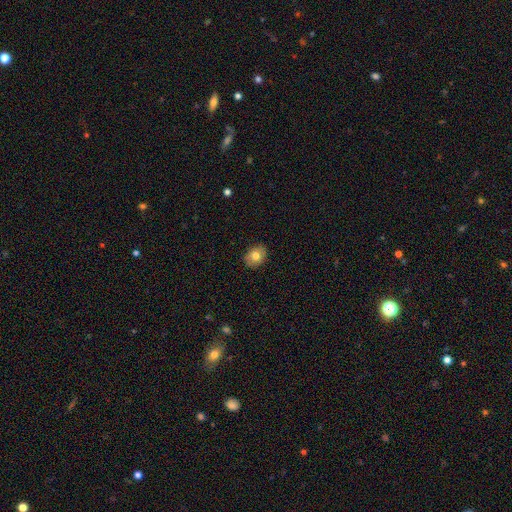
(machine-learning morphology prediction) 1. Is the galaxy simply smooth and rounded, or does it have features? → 76% smooth, 16% featured or disk, 8% star or artifact.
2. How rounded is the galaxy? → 61% in between, 38% round, 1% cigar-shaped.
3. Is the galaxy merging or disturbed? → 88% none, 9% minor disturbance, 2% major disturbance, 1% merger.